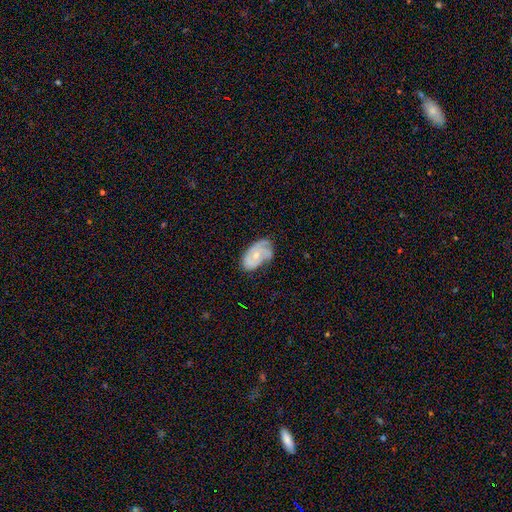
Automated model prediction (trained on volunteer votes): Morphology: type=featured or disk (66%); edge-on=no (96%); bar=no (77%); spiral arms=yes (85%); winding=tight (49%); arm count=2 (31%); bulge=small (54%); merging=none (49%).